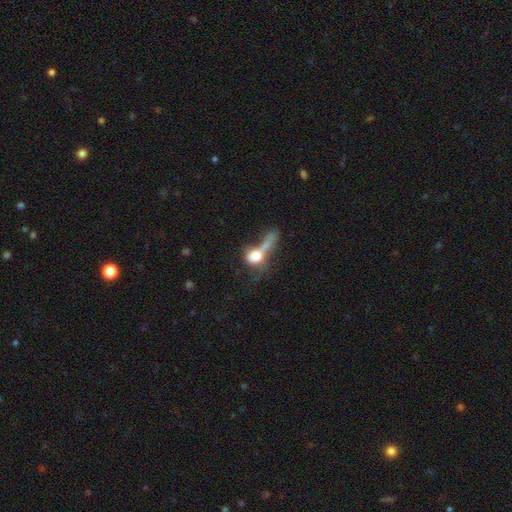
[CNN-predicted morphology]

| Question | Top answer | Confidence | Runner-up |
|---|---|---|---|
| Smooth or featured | smooth | 62% | featured or disk (27%) |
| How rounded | in between | 45% | round (40%) |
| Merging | major disturbance | 41% | merger (28%) |